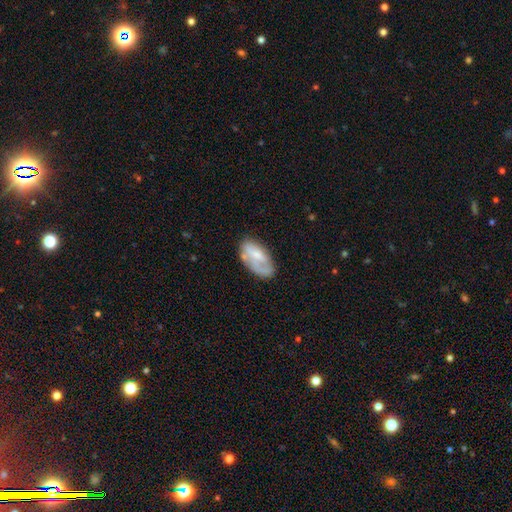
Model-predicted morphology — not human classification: type=smooth (53%); roundness=in between (91%); merging=none (55%).